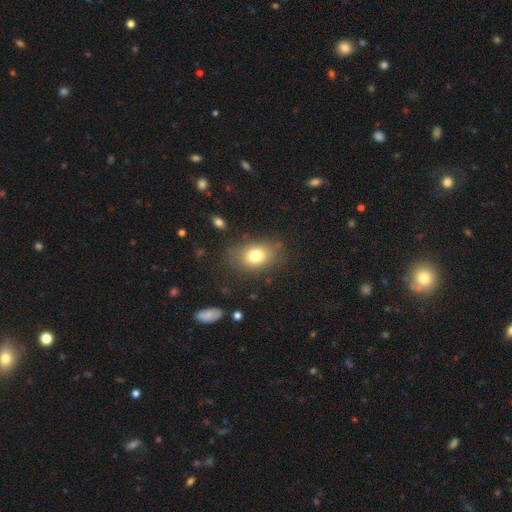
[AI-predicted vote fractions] This appears to be a smooth galaxy with no disk features (77%) that is in between round and cigar-shaped (71%). Merging: none (77%).